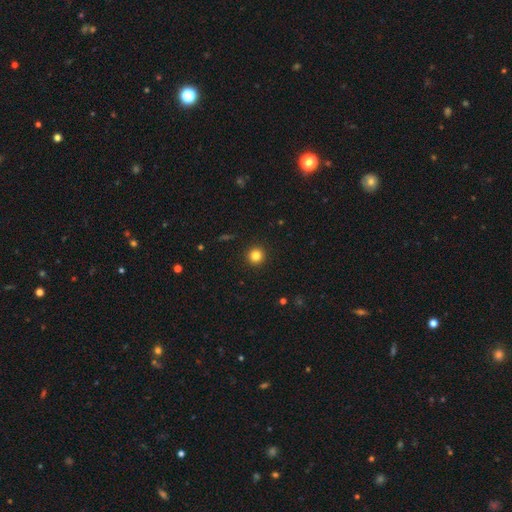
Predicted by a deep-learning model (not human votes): smooth 82%, star or artifact 12%, featured or disk 6%. Down the decision tree: how rounded — round (95%); merging — none (93%).